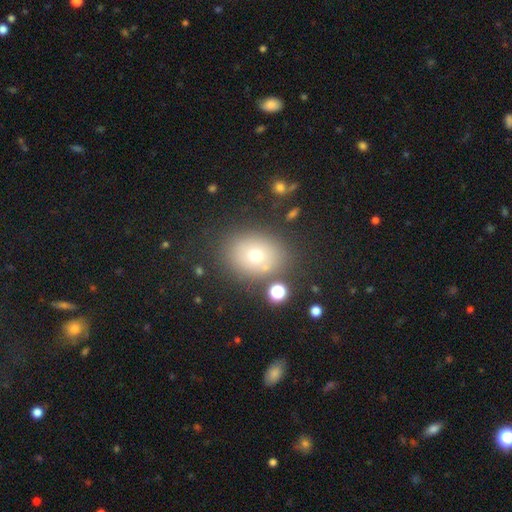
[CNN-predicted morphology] smooth-or-featured: smooth: 66% | featured or disk: 18% | star or artifact: 16%
  how-rounded: round: 56% | in between: 43% | cigar-shaped: 1%
  merging: none: 79% | minor disturbance: 11% | merger: 6% | major disturbance: 4%